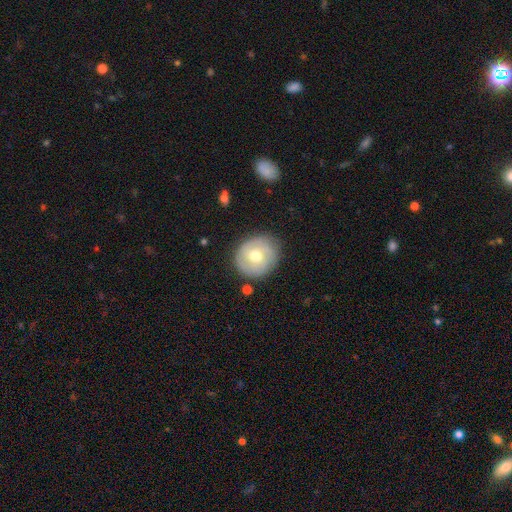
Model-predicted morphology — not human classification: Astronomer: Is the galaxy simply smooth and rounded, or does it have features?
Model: smooth — 54% (runner-up: featured or disk, 38%).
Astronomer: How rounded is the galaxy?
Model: round — 84%.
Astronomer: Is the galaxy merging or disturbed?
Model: none — 82%.